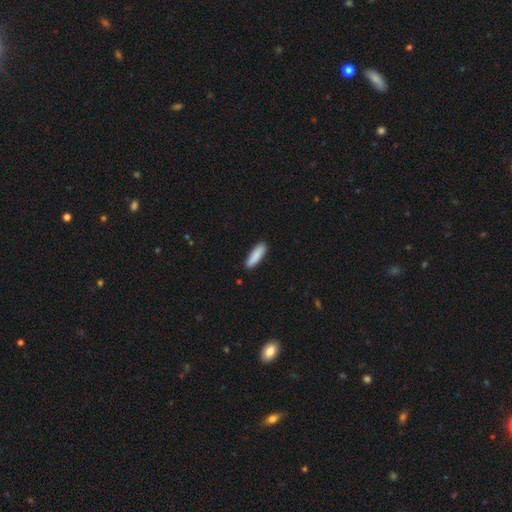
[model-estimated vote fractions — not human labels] Morphology: type=smooth (90%); roundness=cigar-shaped (64%); merging=none (89%).